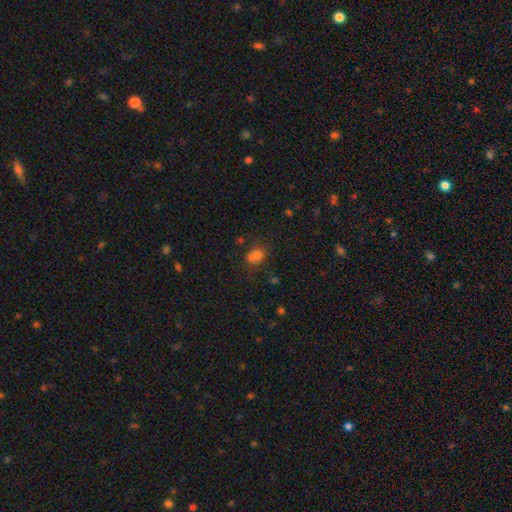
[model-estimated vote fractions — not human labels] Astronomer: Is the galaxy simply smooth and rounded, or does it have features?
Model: smooth — 73%.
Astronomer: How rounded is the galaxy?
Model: in between — 65%.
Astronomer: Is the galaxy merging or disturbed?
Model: none — 49% (runner-up: merger, 26%).